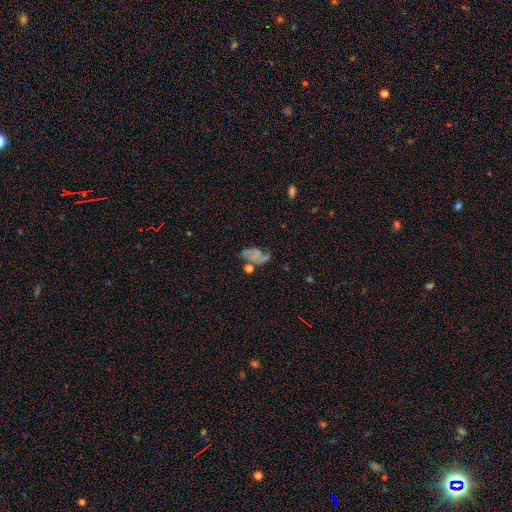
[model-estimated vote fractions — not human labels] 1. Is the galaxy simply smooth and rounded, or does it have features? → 47% featured or disk, 37% smooth, 15% star or artifact.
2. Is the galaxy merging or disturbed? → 36% none, 26% major disturbance, 23% minor disturbance, 15% merger.